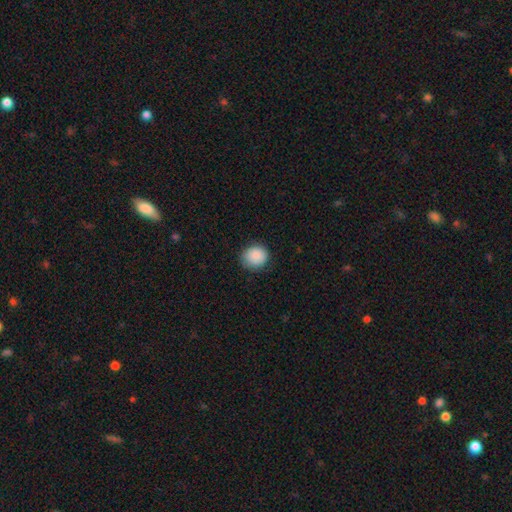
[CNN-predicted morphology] Smooth or featured? smooth (88%)
How rounded? round (78%)
Merging? none (84%)